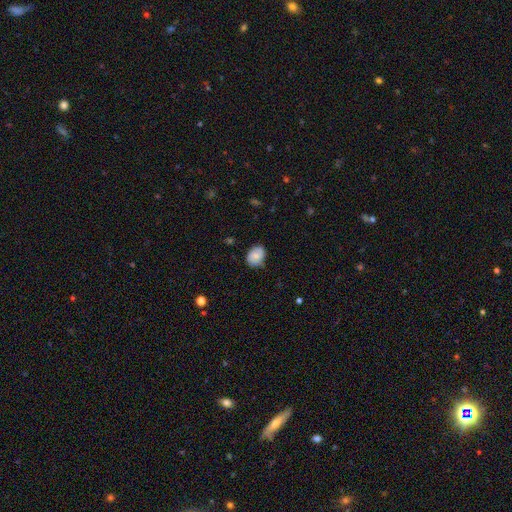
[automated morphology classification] Smooth or featured: smooth — 70% (featured or disk — 23%)
How rounded: in between — 58% (round — 41%)
Merging: none — 74% (minor disturbance — 22%)